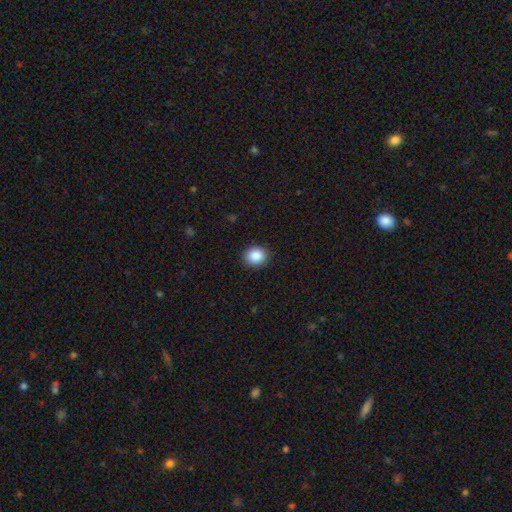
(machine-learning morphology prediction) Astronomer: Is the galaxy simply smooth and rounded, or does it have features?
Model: smooth — 88%.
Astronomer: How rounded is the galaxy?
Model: round — 79%.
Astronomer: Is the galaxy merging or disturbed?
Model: none — 90%.